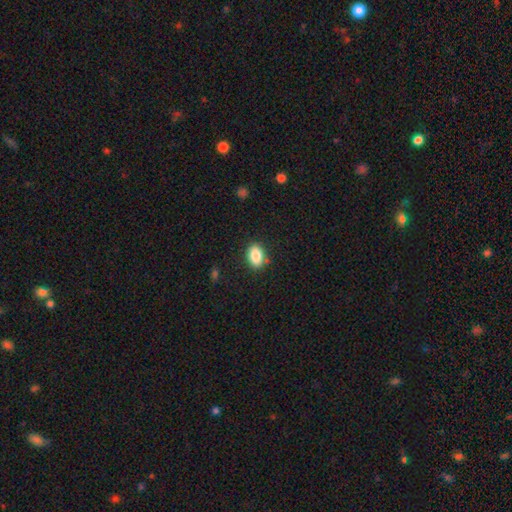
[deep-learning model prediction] The model was most divided on "how rounded": in between: 86%, round: 13%, cigar-shaped: 2%. More confident: smooth or featured — smooth (86%); merging — none (85%).